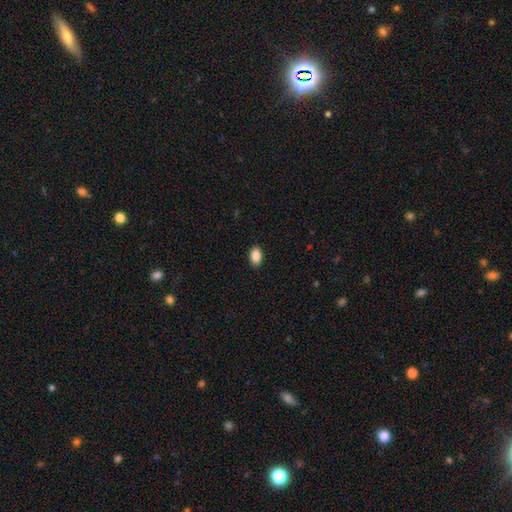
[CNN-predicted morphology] Overall: smooth (88%). How rounded: in between (90%). Merging: none (89%).